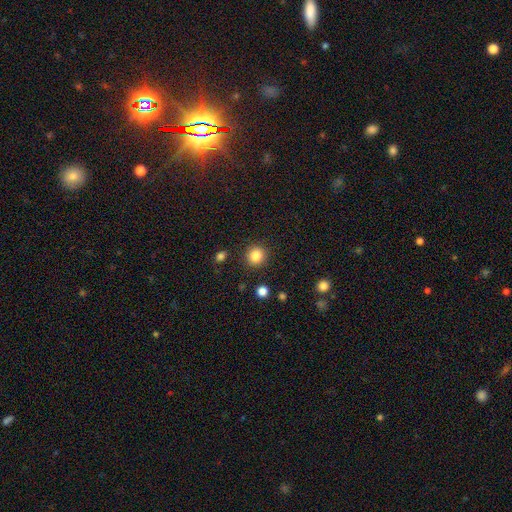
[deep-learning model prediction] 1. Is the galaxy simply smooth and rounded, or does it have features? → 85% smooth, 10% star or artifact, 5% featured or disk.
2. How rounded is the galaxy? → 91% round, 8% in between, 1% cigar-shaped.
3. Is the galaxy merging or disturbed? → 90% none, 6% minor disturbance, 2% major disturbance, 2% merger.